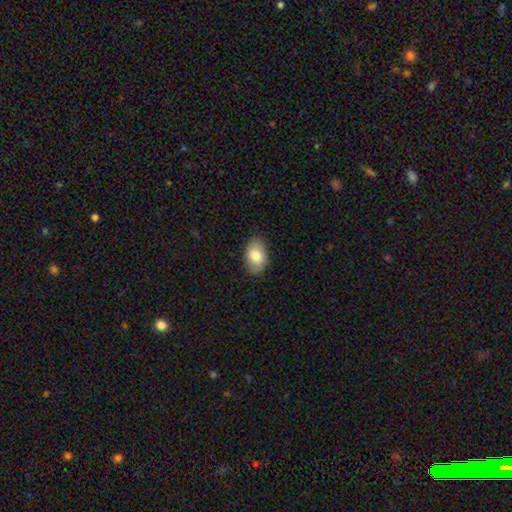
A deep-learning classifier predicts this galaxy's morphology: The model was most divided on "smooth or featured": smooth: 78%, featured or disk: 15%, star or artifact: 7%. More confident: how rounded — in between (87%); merging — none (83%).